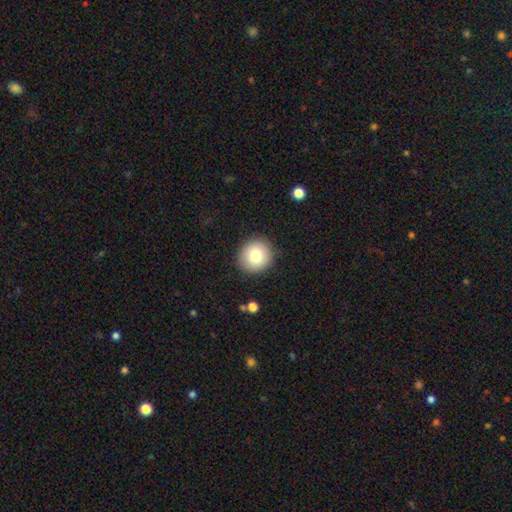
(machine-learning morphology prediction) This appears to be a smooth galaxy with no disk features (80%) that is round (88%). Merging: none (90%).